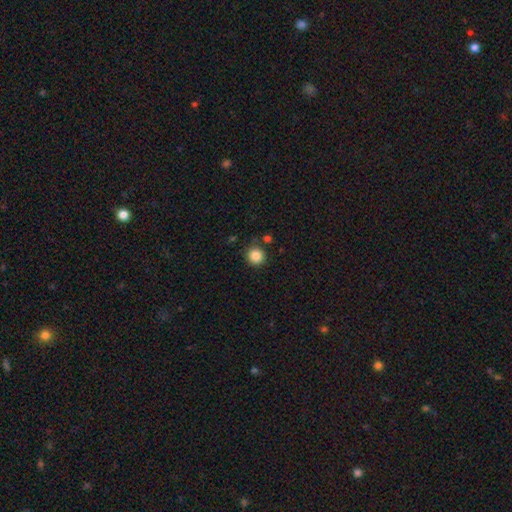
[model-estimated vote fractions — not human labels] Smooth or featured?
  - smooth: 85% *
  - star or artifact: 10%
  - featured or disk: 4%
How rounded?
  - round: 94% *
  - in between: 5%
  - cigar-shaped: 1%
Merging?
  - none: 85% *
  - minor disturbance: 8%
  - merger: 4%
  - major disturbance: 2%